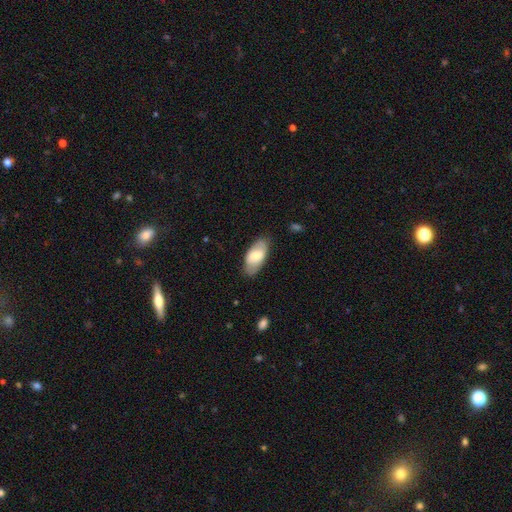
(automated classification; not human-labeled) A smooth galaxy with no disk features (66%) that is in between round and cigar-shaped (92%).

Vote fractions:
- Smooth or featured? smooth: 66% / featured or disk: 28% / star or artifact: 6%
- How rounded? in between: 92% / cigar-shaped: 5% / round: 3%
- Merging? none: 80% / minor disturbance: 15% / major disturbance: 3% / merger: 1%